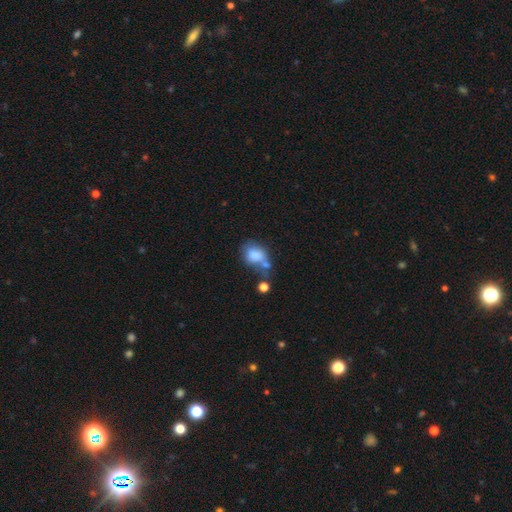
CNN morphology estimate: smooth 76%, featured or disk 14%, star or artifact 10%. Down the decision tree: how rounded — in between (66%); merging — merger (34%).